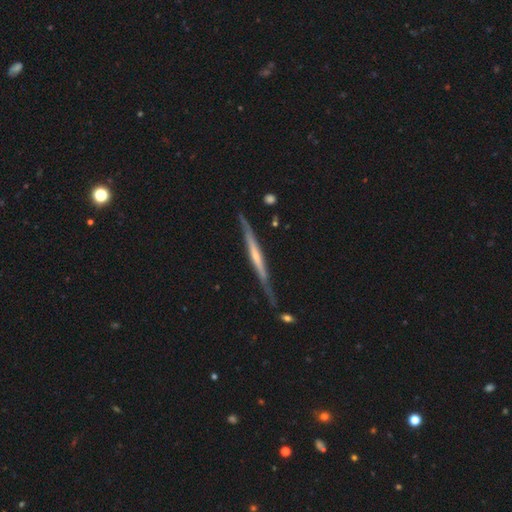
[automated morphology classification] type=featured or disk (73%); edge-on=yes (95%); edge-on bulge=none (53%); merging=none (72%).